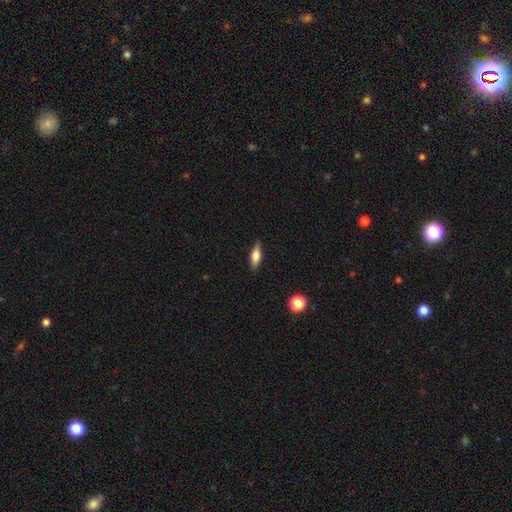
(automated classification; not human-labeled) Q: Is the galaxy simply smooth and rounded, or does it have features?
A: smooth — 61%.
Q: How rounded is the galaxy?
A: in between — 62%.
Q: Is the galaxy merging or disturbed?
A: none — 85%.